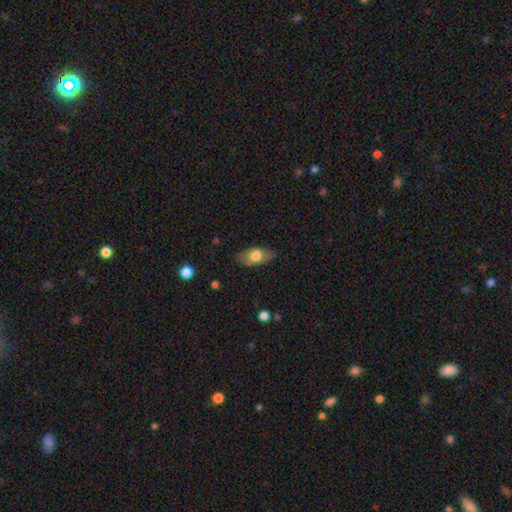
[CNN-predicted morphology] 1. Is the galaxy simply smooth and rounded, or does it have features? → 66% smooth, 28% featured or disk, 6% star or artifact.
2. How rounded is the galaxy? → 88% in between, 6% cigar-shaped, 6% round.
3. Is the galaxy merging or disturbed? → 78% none, 17% minor disturbance, 4% major disturbance, 1% merger.